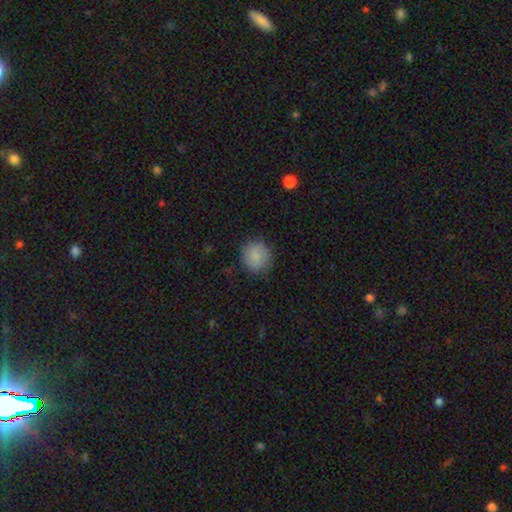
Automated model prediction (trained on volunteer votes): Smooth or featured? smooth (85%)
How rounded? round (87%)
Merging? none (82%)